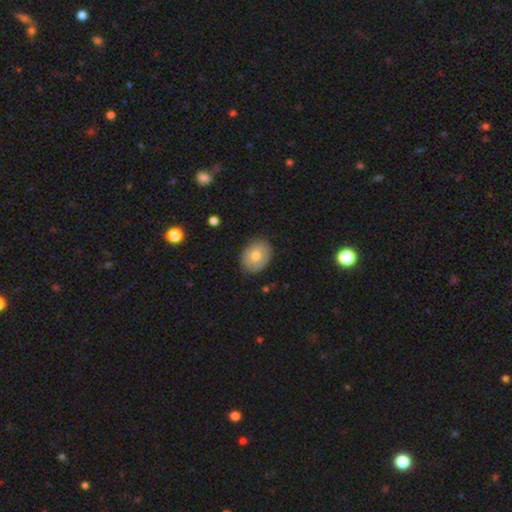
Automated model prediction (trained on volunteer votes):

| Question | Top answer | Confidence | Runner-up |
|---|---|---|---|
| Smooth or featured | smooth | 62% | featured or disk (31%) |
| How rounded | in between | 62% | round (37%) |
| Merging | none | 82% | minor disturbance (14%) |